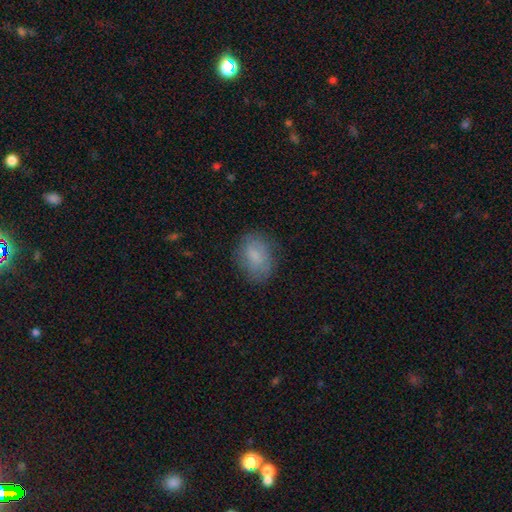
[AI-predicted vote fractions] Overall: smooth (76%). How rounded: in between (76%). Merging: none (76%).